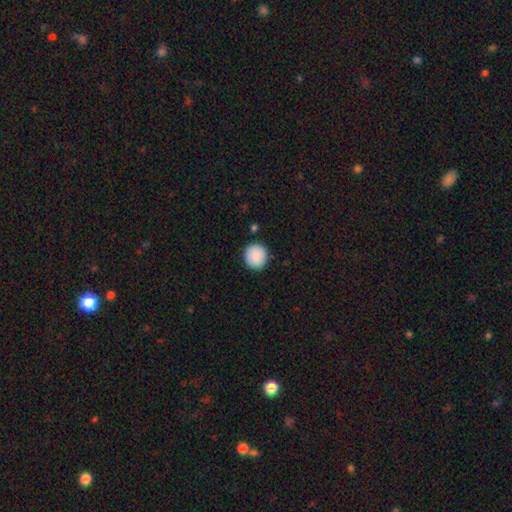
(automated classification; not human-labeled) This appears to be a smooth galaxy with no disk features (89%) that is round (92%). Merging: none (90%).